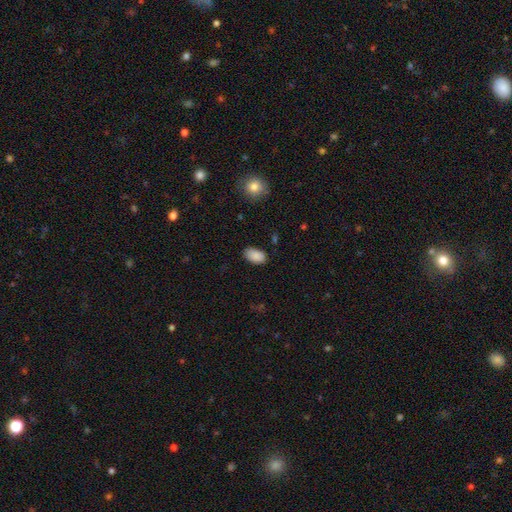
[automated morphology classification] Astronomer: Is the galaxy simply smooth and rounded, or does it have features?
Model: smooth — 89%.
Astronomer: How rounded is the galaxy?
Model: in between — 93%.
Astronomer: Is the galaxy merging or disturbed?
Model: none — 83%.